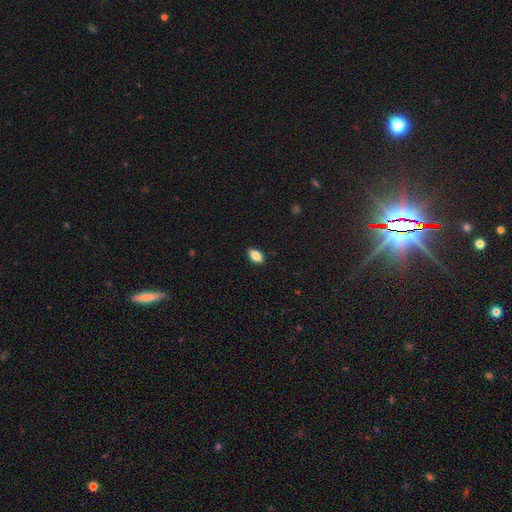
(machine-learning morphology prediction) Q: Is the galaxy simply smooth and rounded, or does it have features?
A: smooth — 85%.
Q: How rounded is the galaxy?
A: in between — 90%.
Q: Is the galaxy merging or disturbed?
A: none — 89%.